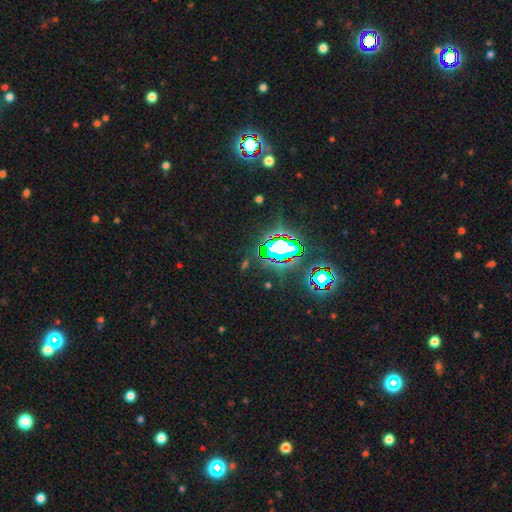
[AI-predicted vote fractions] This appears to be a star or artifact, not a galaxy (83%).